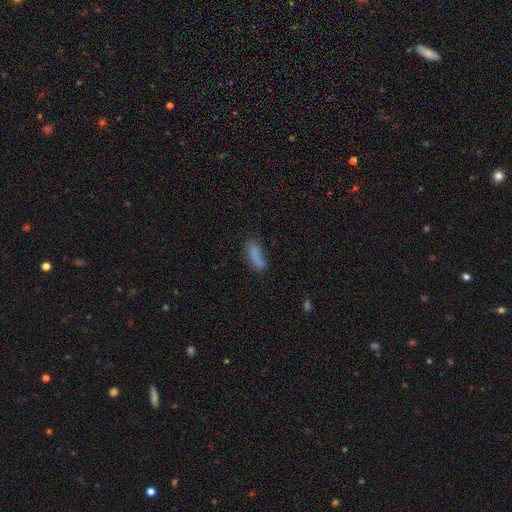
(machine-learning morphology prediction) Smooth or featured? smooth (80%)
How rounded? in between (62%)
Merging? none (59%)